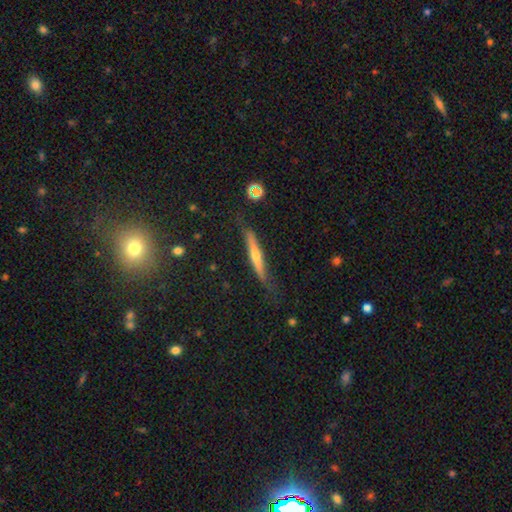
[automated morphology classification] Overall: featured or disk (61%; smooth 30%). Edge-on disk: yes (94%). Edge-on bulge: rounded (74%). Merging: none (77%).